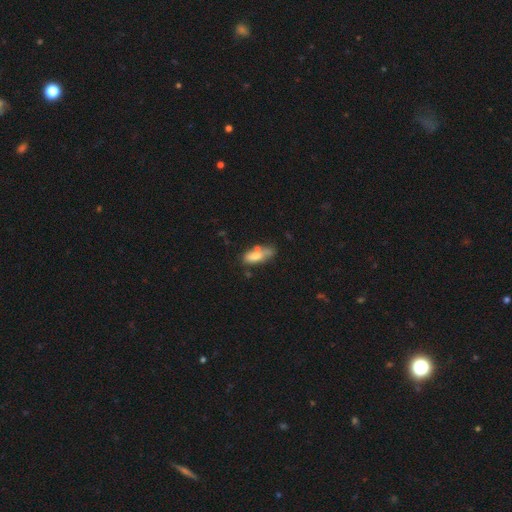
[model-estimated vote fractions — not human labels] This appears to be a smooth galaxy with no disk features (69%) that is in between round and cigar-shaped (74%). Merging: none (40%).